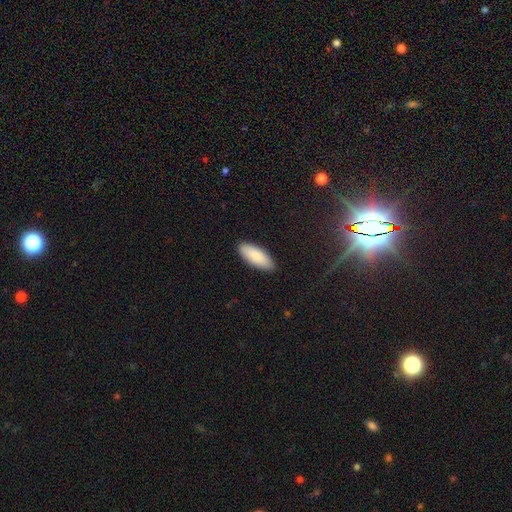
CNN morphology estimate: Smooth or featured? Predicted: smooth (p=0.88). How rounded? Predicted: in between (p=0.78). Merging? Predicted: none (p=0.88).